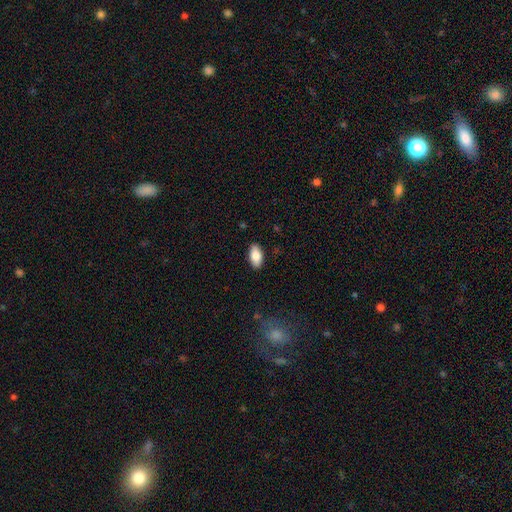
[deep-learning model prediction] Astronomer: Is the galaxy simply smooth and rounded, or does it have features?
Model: smooth — 82%.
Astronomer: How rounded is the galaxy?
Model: in between — 91%.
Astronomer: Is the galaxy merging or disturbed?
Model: none — 88%.